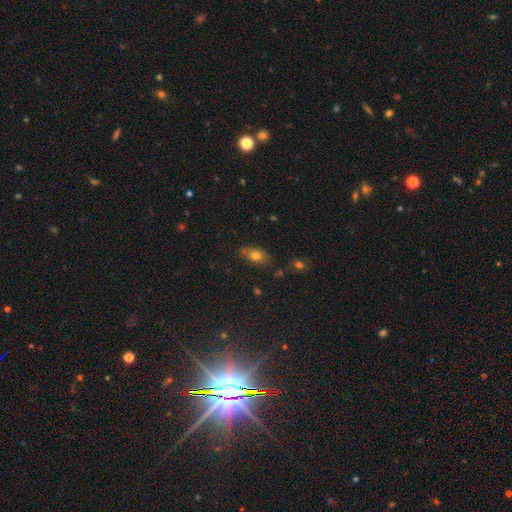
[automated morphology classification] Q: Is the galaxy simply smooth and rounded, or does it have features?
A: smooth — 74%.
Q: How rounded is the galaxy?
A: in between — 78%.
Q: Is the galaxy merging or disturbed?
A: none — 66%.